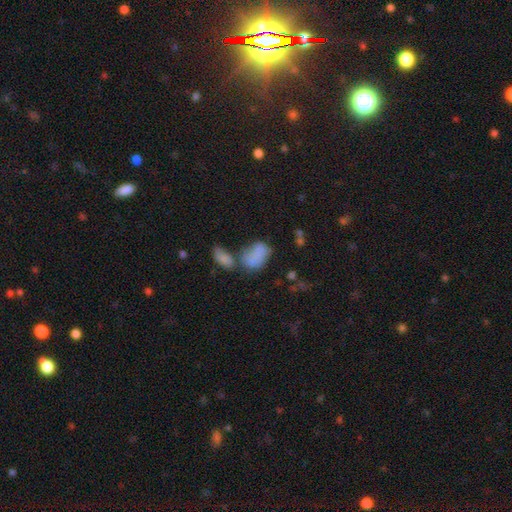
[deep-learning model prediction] Smooth or featured?
  - smooth: 77% *
  - featured or disk: 13%
  - star or artifact: 10%
How rounded?
  - in between: 86% *
  - round: 12%
  - cigar-shaped: 2%
Merging?
  - merger: 40% *
  - none: 31%
  - minor disturbance: 18%
  - major disturbance: 11%